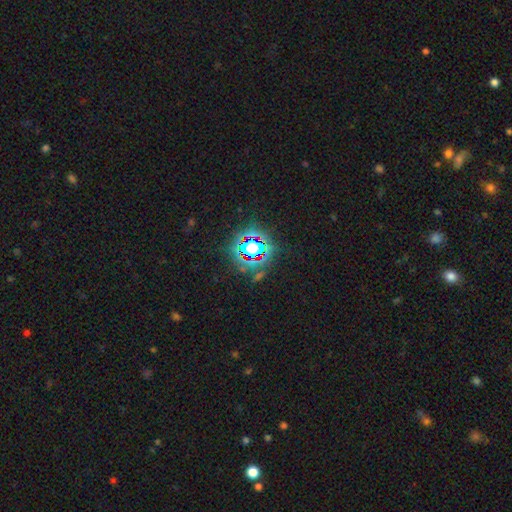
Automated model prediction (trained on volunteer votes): smooth-or-featured: star or artifact: 78% | smooth: 13% | featured or disk: 9%